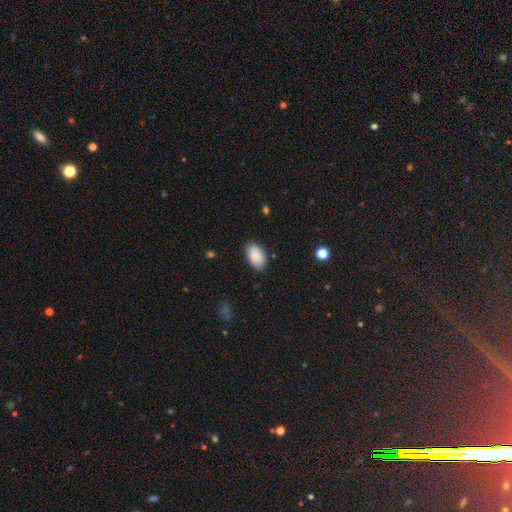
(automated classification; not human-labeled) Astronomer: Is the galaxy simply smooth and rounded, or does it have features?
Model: smooth — 90%.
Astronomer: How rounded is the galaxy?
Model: in between — 94%.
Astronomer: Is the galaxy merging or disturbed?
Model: none — 84%.